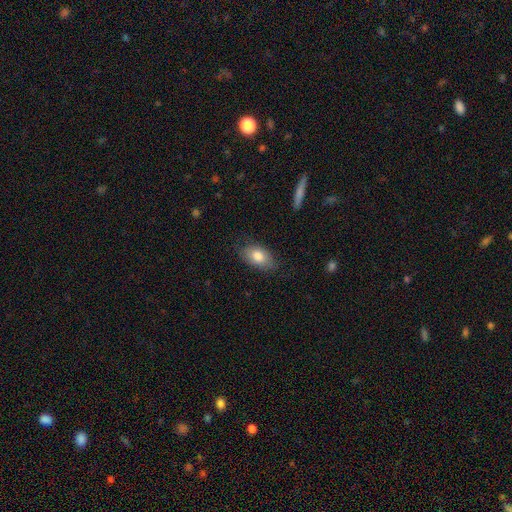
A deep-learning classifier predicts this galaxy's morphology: smooth-or-featured: smooth: 80% | featured or disk: 13% | star or artifact: 7%
  how-rounded: in between: 90% | round: 8% | cigar-shaped: 2%
  merging: none: 80% | minor disturbance: 16% | major disturbance: 3% | merger: 1%